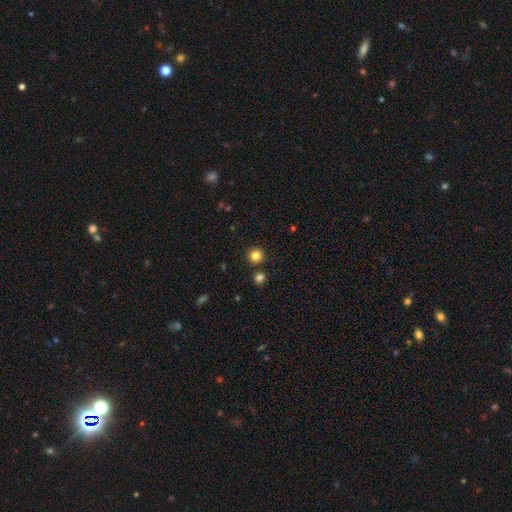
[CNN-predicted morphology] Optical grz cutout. It shows a smooth galaxy with no disk features (83%) that is round (94%). Merging: none (87%).